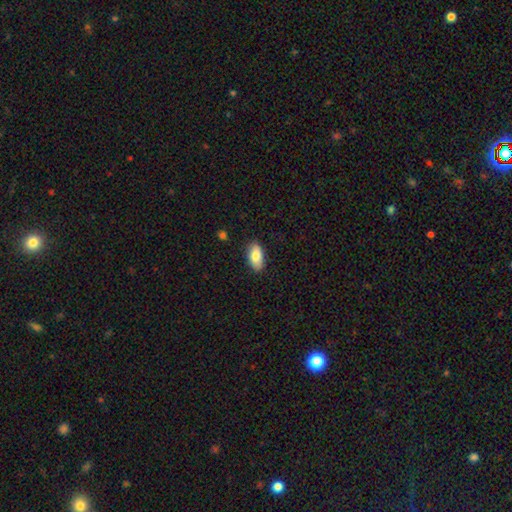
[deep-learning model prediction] A smooth galaxy with no disk features (82%) that is in between round and cigar-shaped (92%). Merging: none (85%).